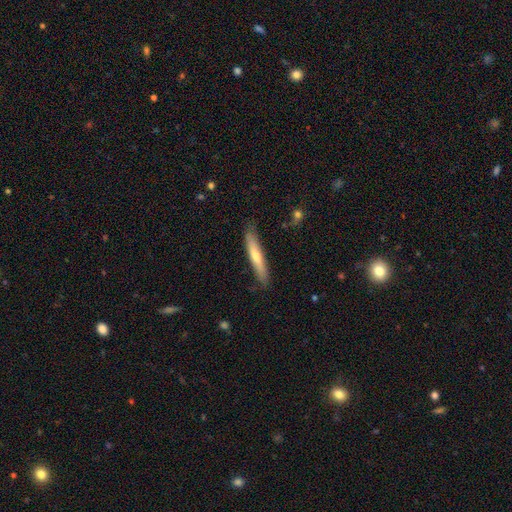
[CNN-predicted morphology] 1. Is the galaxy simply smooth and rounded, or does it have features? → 47% smooth, 46% featured or disk, 6% star or artifact.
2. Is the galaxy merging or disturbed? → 84% none, 13% minor disturbance, 2% major disturbance, 1% merger.